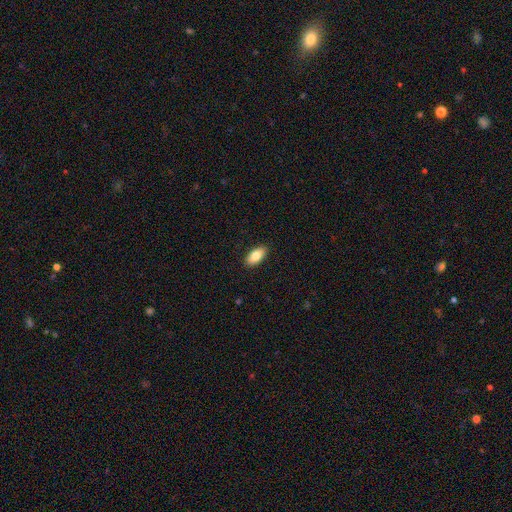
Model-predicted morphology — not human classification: A smooth galaxy with no disk features (81%) that is in between round and cigar-shaped (90%).

Vote fractions:
- Smooth or featured? smooth: 81% / featured or disk: 13% / star or artifact: 6%
- How rounded? in between: 90% / cigar-shaped: 7% / round: 3%
- Merging? none: 90% / minor disturbance: 7% / major disturbance: 2% / merger: 1%